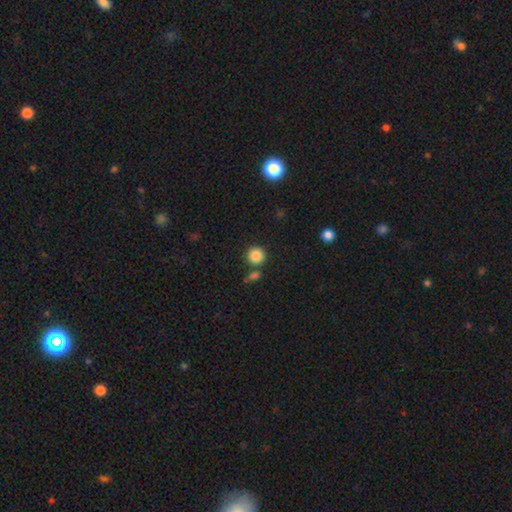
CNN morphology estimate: This appears to be a smooth galaxy with no disk features (86%) that is round (93%). Merging: none (76%).